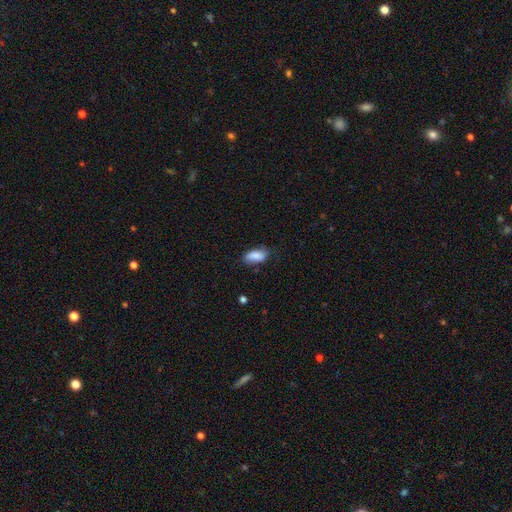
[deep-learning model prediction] smooth-or-featured: smooth: 83% | featured or disk: 10% | star or artifact: 7%
  how-rounded: in between: 90% | cigar-shaped: 6% | round: 4%
  merging: none: 69% | minor disturbance: 24% | major disturbance: 5% | merger: 2%